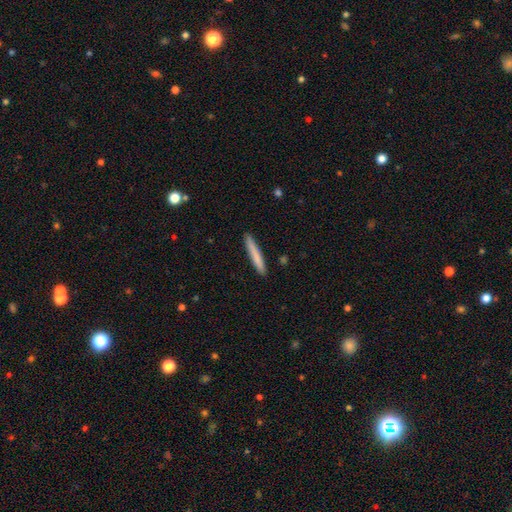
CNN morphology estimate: smooth_or_featured: smooth (p=0.78) [alt: featured or disk p=0.16]
how_rounded: cigar-shaped (p=0.96) [alt: in between p=0.03]
merging: none (p=0.91) [alt: minor disturbance p=0.07]